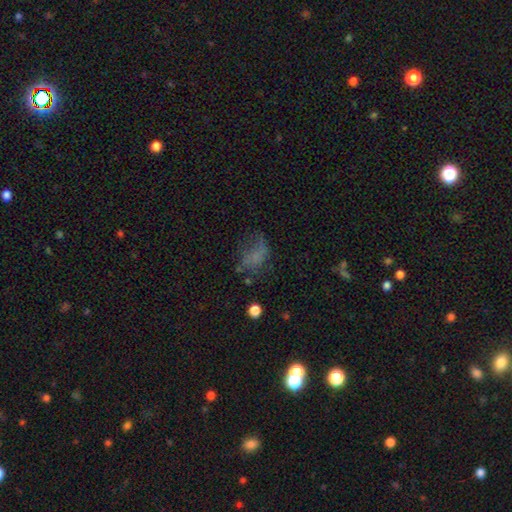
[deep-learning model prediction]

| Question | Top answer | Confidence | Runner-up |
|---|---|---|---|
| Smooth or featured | smooth | 52% | featured or disk (28%) |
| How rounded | in between | 78% | round (19%) |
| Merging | major disturbance | 38% | none (35%) |